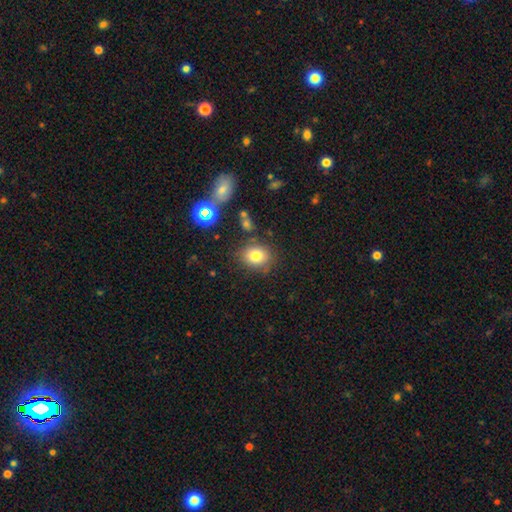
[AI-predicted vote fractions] Q: Smooth or featured?
A: smooth (78%); runner-up: star or artifact (13%)
Q: How rounded?
A: round (61%); runner-up: in between (38%)
Q: Merging?
A: none (78%); runner-up: minor disturbance (13%)